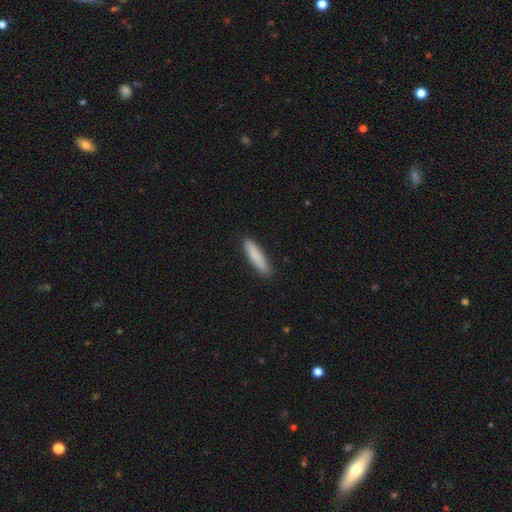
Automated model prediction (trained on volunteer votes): Morphology: type=smooth (85%); roundness=cigar-shaped (81%); merging=none (89%).